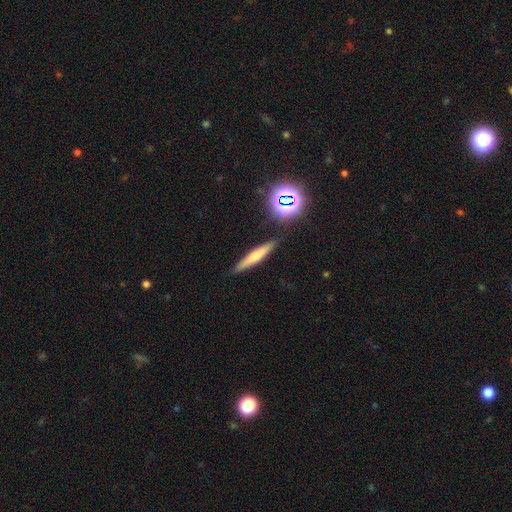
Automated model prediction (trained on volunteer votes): Q: Smooth or featured?
A: smooth (56%); runner-up: featured or disk (33%)
Q: How rounded?
A: cigar-shaped (90%); runner-up: in between (8%)
Q: Merging?
A: none (86%); runner-up: minor disturbance (9%)